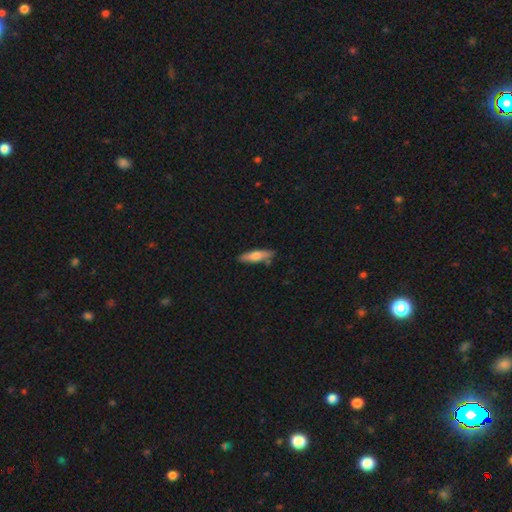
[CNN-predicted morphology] Q: Smooth or featured?
A: smooth (67%); runner-up: featured or disk (27%)
Q: How rounded?
A: cigar-shaped (72%); runner-up: in between (26%)
Q: Merging?
A: none (82%); runner-up: minor disturbance (12%)